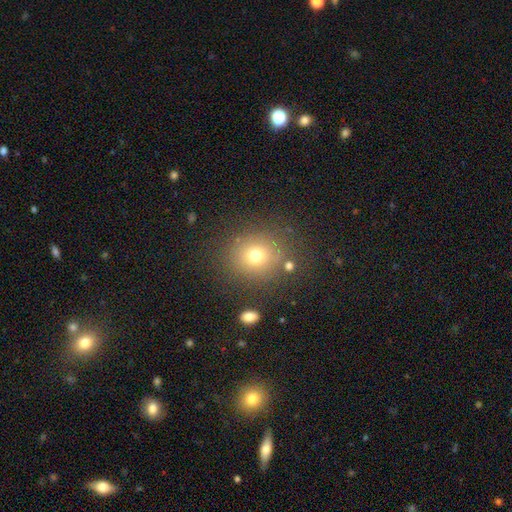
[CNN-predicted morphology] Smooth or featured?
  - smooth: 71% *
  - star or artifact: 17%
  - featured or disk: 11%
How rounded?
  - round: 82% *
  - in between: 17%
  - cigar-shaped: 1%
Merging?
  - none: 80% *
  - minor disturbance: 10%
  - major disturbance: 5%
  - merger: 4%